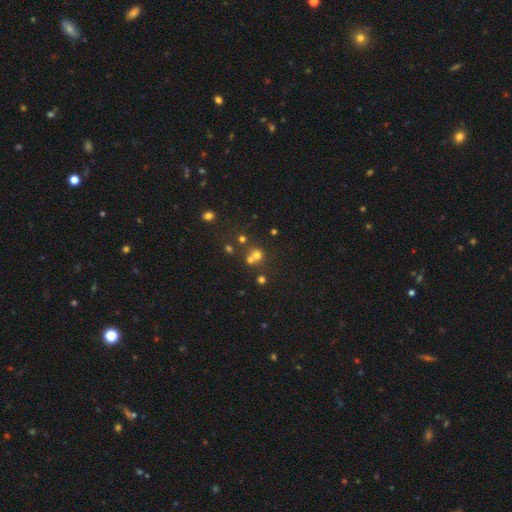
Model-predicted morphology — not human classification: This is likely a smooth galaxy (61%). How rounded: clearly round (86%). Merging: possibly none (47%).